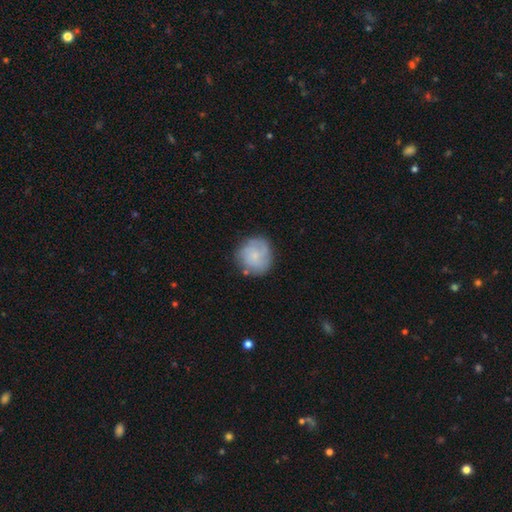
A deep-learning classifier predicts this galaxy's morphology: smooth-or-featured: smooth: 58% | featured or disk: 34% | star or artifact: 8%
  how-rounded: round: 89% | in between: 10% | cigar-shaped: 1%
  merging: none: 71% | minor disturbance: 19% | major disturbance: 7% | merger: 3%